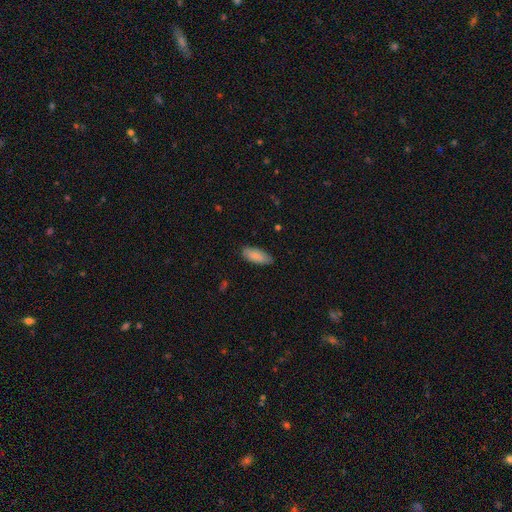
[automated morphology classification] Smooth or featured: smooth — 86% (featured or disk — 8%)
How rounded: in between — 80% (cigar-shaped — 19%)
Merging: none — 80% (minor disturbance — 17%)